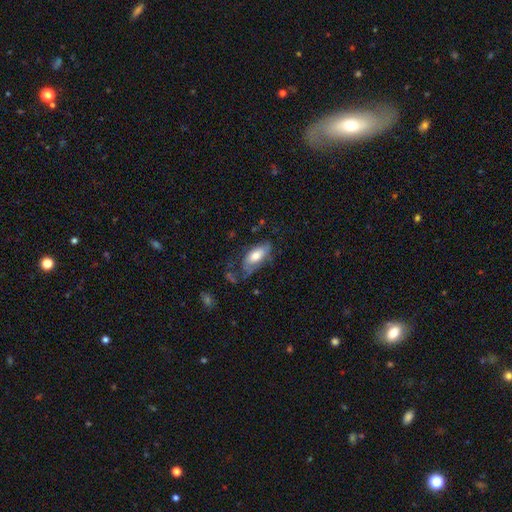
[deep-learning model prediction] Smooth or featured? Predicted: smooth (p=0.64). How rounded? Predicted: in between (p=0.86). Merging? Predicted: none (p=0.41).